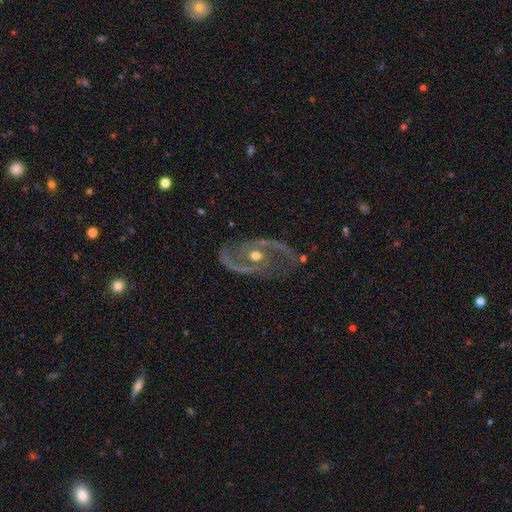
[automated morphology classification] Overall: featured or disk (92%). Edge-on disk: no (97%). Bar: no (52%; weak 34%). Spiral arms: yes (97%). Spiral arm count: 2 (92%). Spiral winding: medium (56%; loose 25%). Bulge size: moderate (72%). Merging: none (74%).